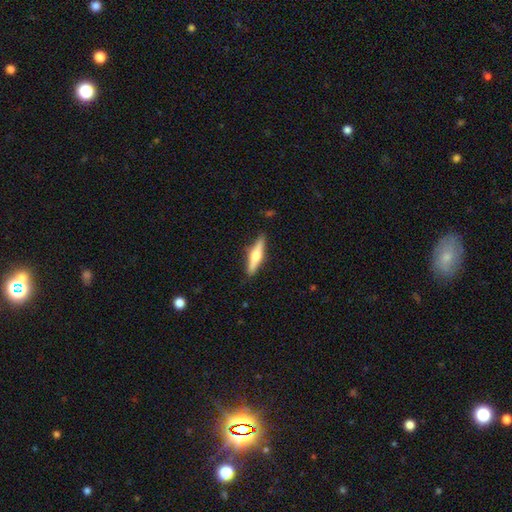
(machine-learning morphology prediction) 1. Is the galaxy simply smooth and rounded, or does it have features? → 58% featured or disk, 36% smooth, 5% star or artifact.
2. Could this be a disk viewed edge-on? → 96% yes, 4% no.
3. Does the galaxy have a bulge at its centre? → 92% rounded, 5% boxy, 3% none.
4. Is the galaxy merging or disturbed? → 88% none, 9% minor disturbance, 2% major disturbance, 1% merger.